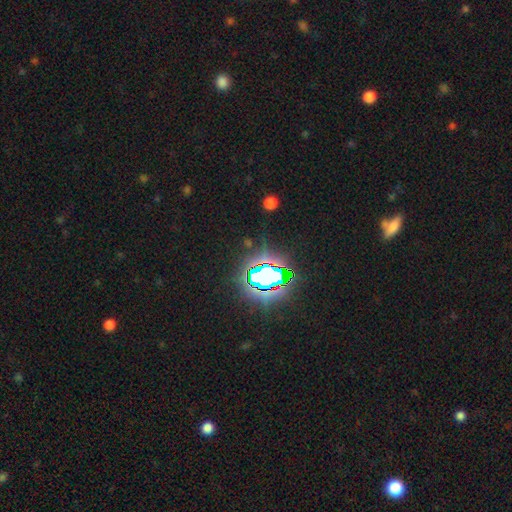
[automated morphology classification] This appears to be a star or artifact, not a galaxy (81%).